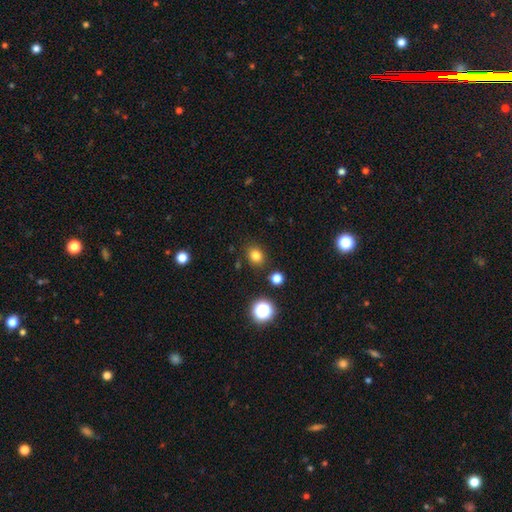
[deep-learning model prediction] smooth_or_featured: smooth (p=0.80) [alt: star or artifact p=0.15]
how_rounded: round (p=0.59) [alt: in between p=0.41]
merging: none (p=0.84) [alt: minor disturbance p=0.10]